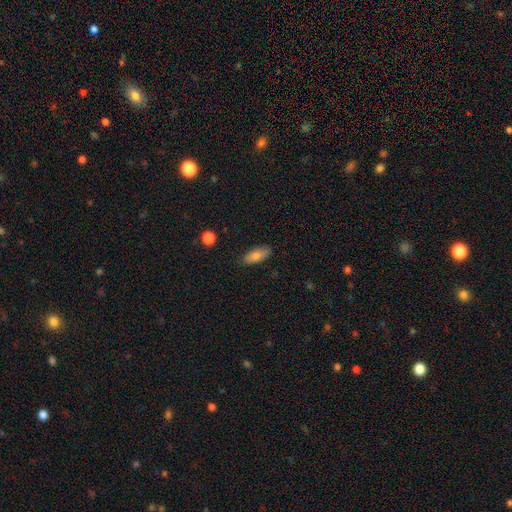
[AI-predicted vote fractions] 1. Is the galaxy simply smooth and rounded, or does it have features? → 79% smooth, 14% featured or disk, 7% star or artifact.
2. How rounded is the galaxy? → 75% in between, 22% cigar-shaped, 2% round.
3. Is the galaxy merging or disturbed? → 85% none, 11% minor disturbance, 2% major disturbance, 1% merger.